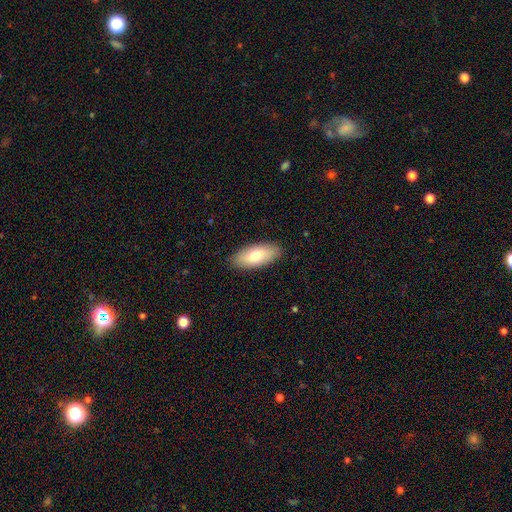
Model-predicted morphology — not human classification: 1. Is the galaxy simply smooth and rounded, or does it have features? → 74% smooth, 20% featured or disk, 6% star or artifact.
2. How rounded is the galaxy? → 85% in between, 13% cigar-shaped, 2% round.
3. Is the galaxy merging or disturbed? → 88% none, 9% minor disturbance, 2% major disturbance, 1% merger.